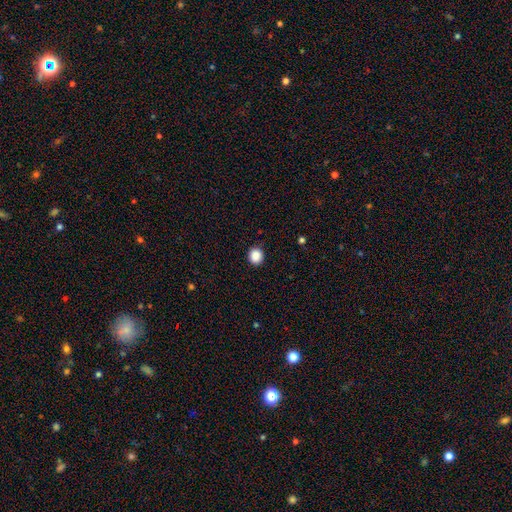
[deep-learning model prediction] smooth_or_featured: smooth (p=0.89) [alt: star or artifact p=0.09]
how_rounded: round (p=0.82) [alt: in between p=0.17]
merging: none (p=0.90) [alt: minor disturbance p=0.07]